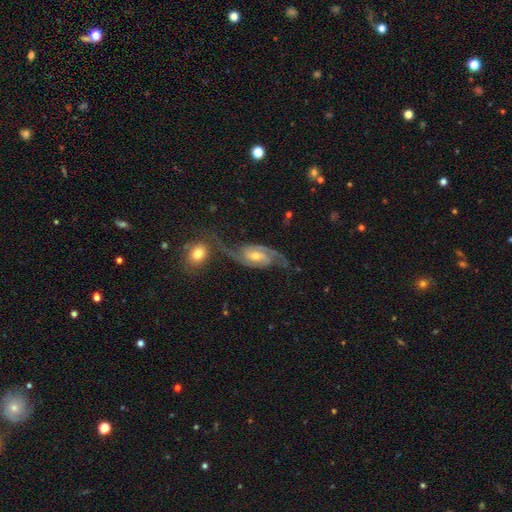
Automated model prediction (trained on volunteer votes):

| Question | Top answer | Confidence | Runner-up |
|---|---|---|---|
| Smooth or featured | featured or disk | 89% | star or artifact (5%) |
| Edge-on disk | no | 96% | yes (4%) |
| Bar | weak | 48% | no (32%) |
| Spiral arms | yes | 98% | no (2%) |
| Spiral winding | medium | 52% | tight (26%) |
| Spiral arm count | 2 | 90% | can't tell (3%) |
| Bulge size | moderate | 52% | small (42%) |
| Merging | none | 64% | minor disturbance (17%) |